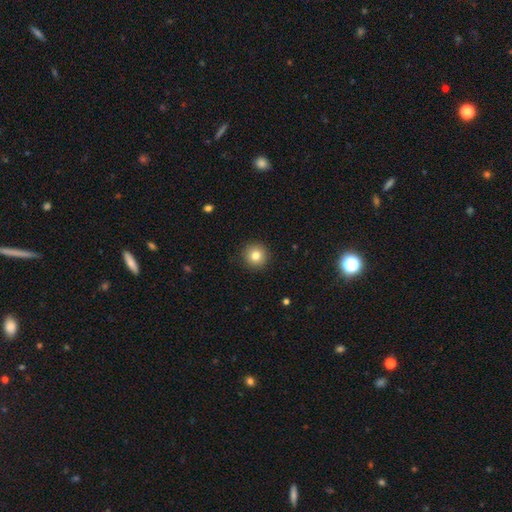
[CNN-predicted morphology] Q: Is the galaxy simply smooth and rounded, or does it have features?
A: smooth — 81%.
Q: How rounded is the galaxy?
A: round — 95%.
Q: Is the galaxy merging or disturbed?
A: none — 92%.